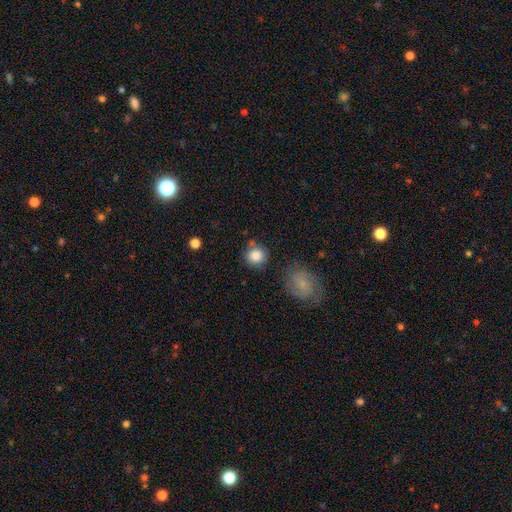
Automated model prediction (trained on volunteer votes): This is clearly a smooth galaxy (86%). How rounded: clearly round (88%). Merging: likely none (75%).